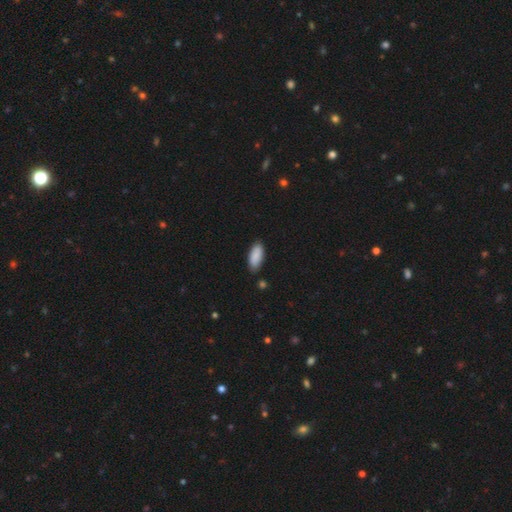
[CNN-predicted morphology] Smooth or featured? smooth (89%)
How rounded? in between (84%)
Merging? none (82%)